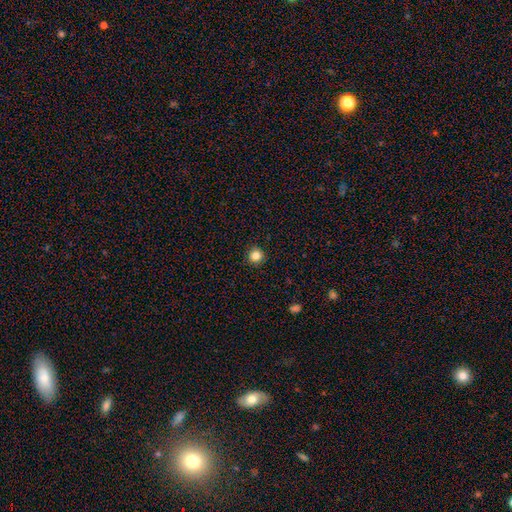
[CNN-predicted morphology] Smooth or featured?
  - smooth: 84% *
  - star or artifact: 11%
  - featured or disk: 5%
How rounded?
  - round: 94% *
  - in between: 5%
  - cigar-shaped: 1%
Merging?
  - none: 92% *
  - minor disturbance: 5%
  - major disturbance: 2%
  - merger: 1%